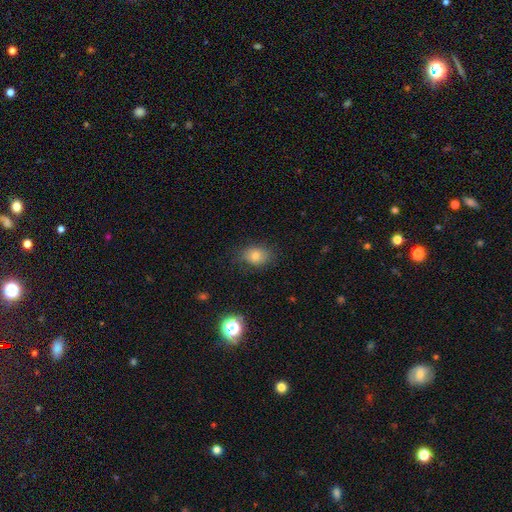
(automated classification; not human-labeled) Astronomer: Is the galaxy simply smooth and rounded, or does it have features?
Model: smooth — 77%.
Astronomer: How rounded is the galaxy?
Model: in between — 63%.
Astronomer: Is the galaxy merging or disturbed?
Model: none — 73%.